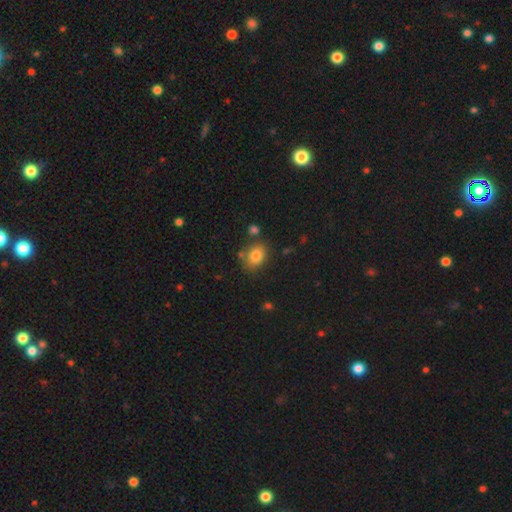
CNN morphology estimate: Smooth or featured? smooth (81%)
How rounded? in between (53%)
Merging? none (75%)